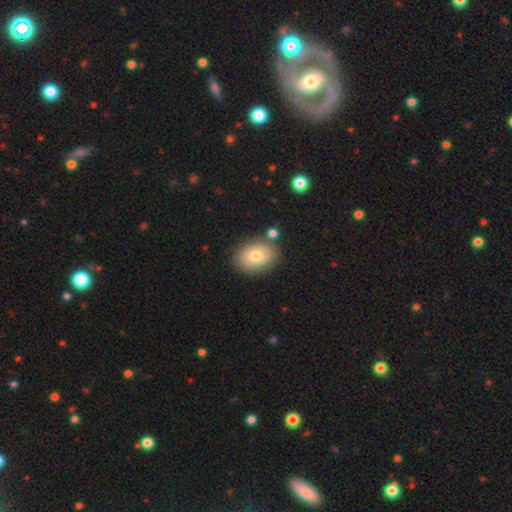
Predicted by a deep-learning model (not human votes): smooth-or-featured: smooth: 71% | featured or disk: 21% | star or artifact: 8%
  how-rounded: in between: 72% | round: 27% | cigar-shaped: 1%
  merging: none: 77% | minor disturbance: 12% | merger: 7% | major disturbance: 3%